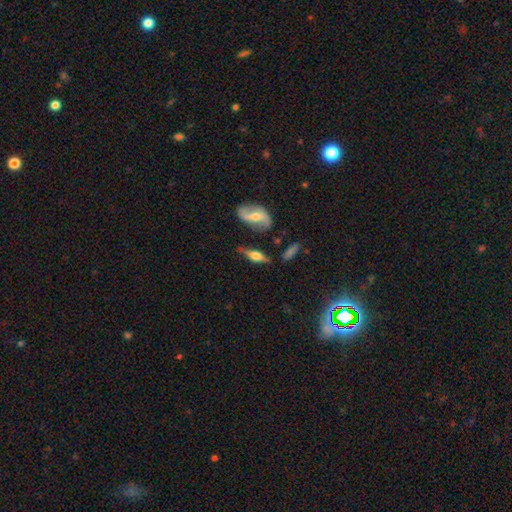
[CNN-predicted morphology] Smooth or featured? Predicted: featured or disk (p=0.66). Edge-on disk? Predicted: yes (p=0.88). Edge-on bulge? Predicted: rounded (p=0.90). Merging? Predicted: none (p=0.71).